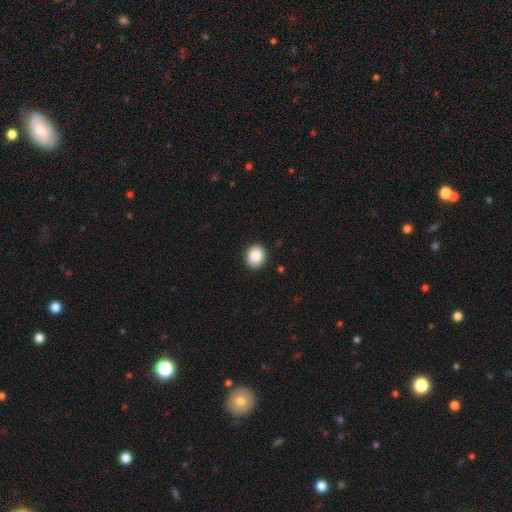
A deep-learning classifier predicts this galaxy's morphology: The model was most divided on "how rounded": round: 69%, in between: 30%, cigar-shaped: 1%. More confident: merging — none (91%); smooth or featured — smooth (86%).